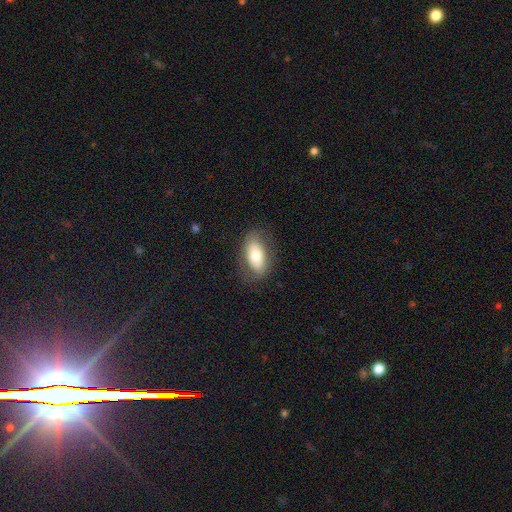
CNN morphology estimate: This appears to be a smooth galaxy with no disk features (71%) that is in between round and cigar-shaped (89%). Merging: none (78%).